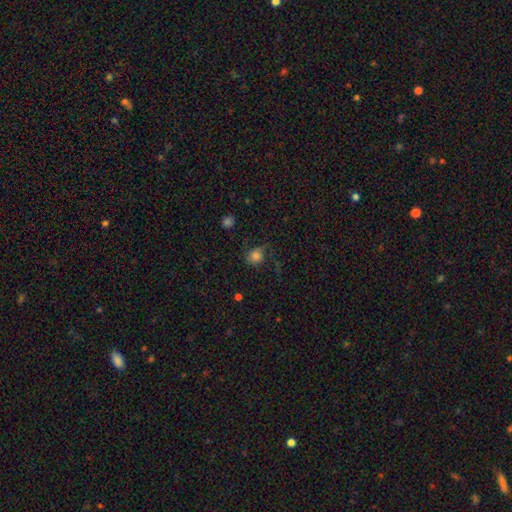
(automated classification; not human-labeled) smooth-or-featured: smooth: 77% | star or artifact: 13% | featured or disk: 11%
  how-rounded: round: 81% | in between: 18% | cigar-shaped: 1%
  merging: none: 59% | minor disturbance: 23% | major disturbance: 16% | merger: 2%